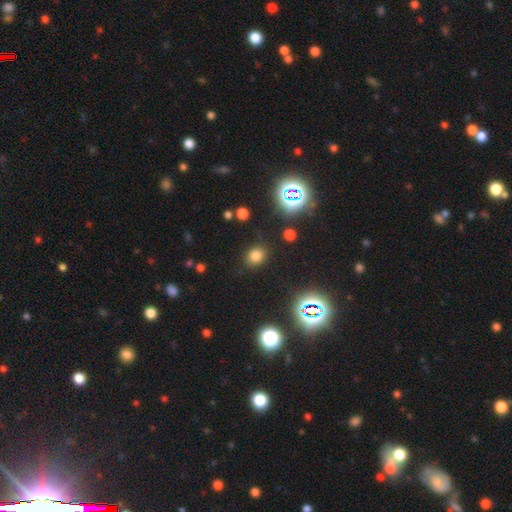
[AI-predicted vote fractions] Smooth or featured?
  - smooth: 71% *
  - star or artifact: 23%
  - featured or disk: 6%
How rounded?
  - round: 71% *
  - in between: 27%
  - cigar-shaped: 1%
Merging?
  - none: 85% *
  - minor disturbance: 9%
  - major disturbance: 4%
  - merger: 2%